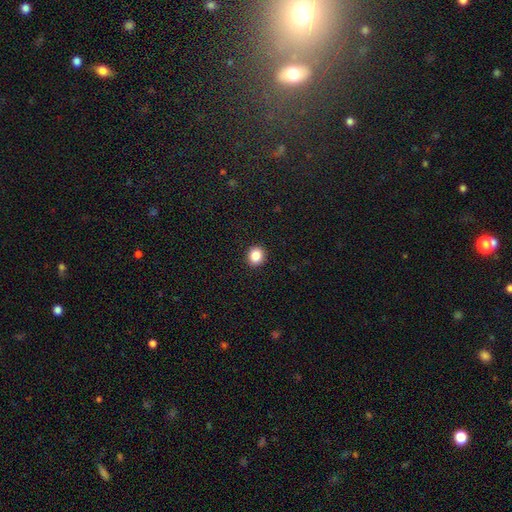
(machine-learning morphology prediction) The model was most divided on "how rounded": round: 76%, in between: 23%, cigar-shaped: 1%. More confident: merging — none (92%); smooth or featured — smooth (86%).